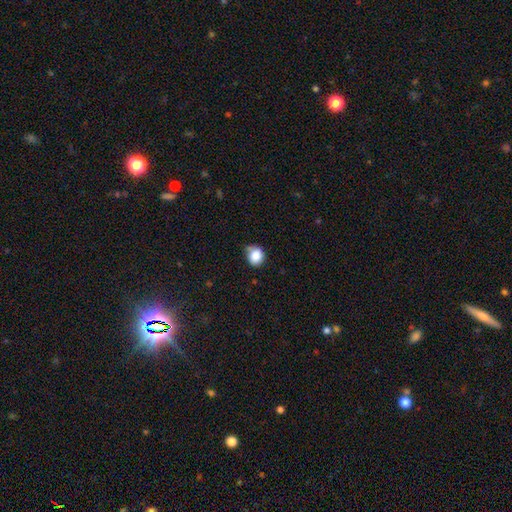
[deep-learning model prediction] Overall: smooth (85%). How rounded: round (73%). Merging: none (56%; minor disturbance 33%).